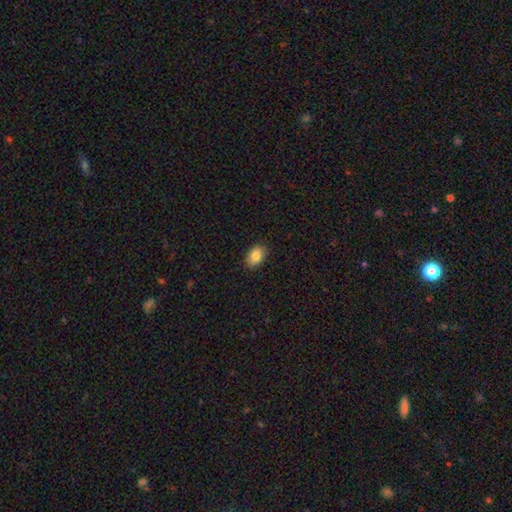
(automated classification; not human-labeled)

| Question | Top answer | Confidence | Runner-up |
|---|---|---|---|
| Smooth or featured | smooth | 85% | star or artifact (7%) |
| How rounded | in between | 86% | round (12%) |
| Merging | none | 87% | minor disturbance (10%) |